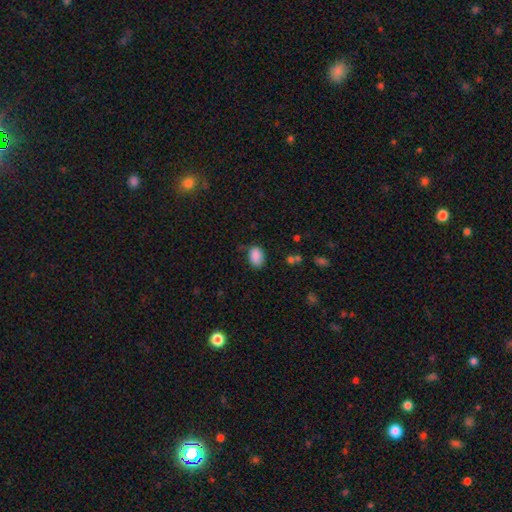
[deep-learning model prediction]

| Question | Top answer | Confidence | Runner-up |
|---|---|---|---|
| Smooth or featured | smooth | 87% | star or artifact (8%) |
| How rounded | in between | 84% | round (15%) |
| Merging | none | 64% | minor disturbance (26%) |